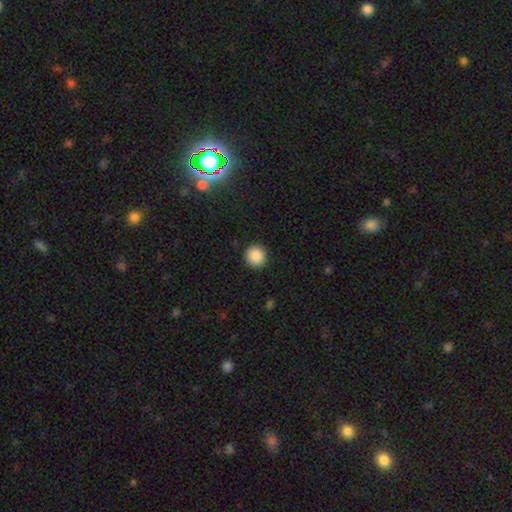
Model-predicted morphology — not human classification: type=smooth (89%); roundness=round (93%); merging=none (91%).